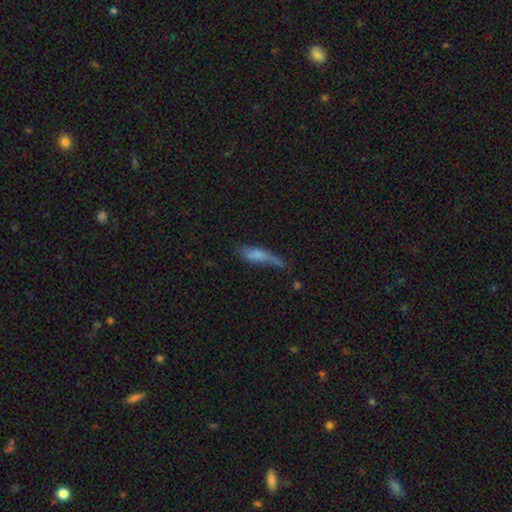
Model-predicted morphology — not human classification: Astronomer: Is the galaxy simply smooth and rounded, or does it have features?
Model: smooth — 49% (runner-up: featured or disk, 38%).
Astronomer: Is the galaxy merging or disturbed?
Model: none — 41% (runner-up: minor disturbance, 31%).